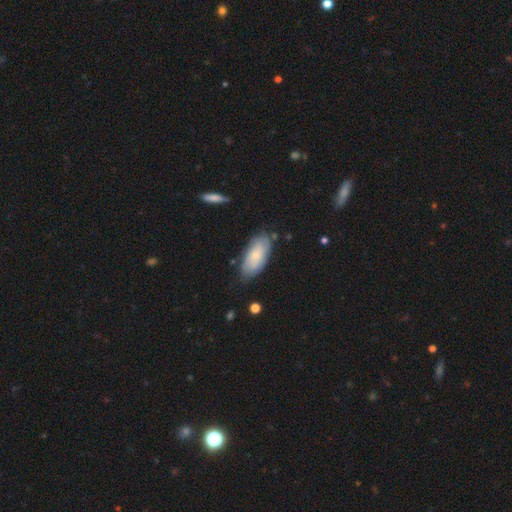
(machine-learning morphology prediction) Smooth or featured: smooth — 57% (featured or disk — 36%)
How rounded: in between — 89% (cigar-shaped — 9%)
Merging: none — 72% (minor disturbance — 21%)